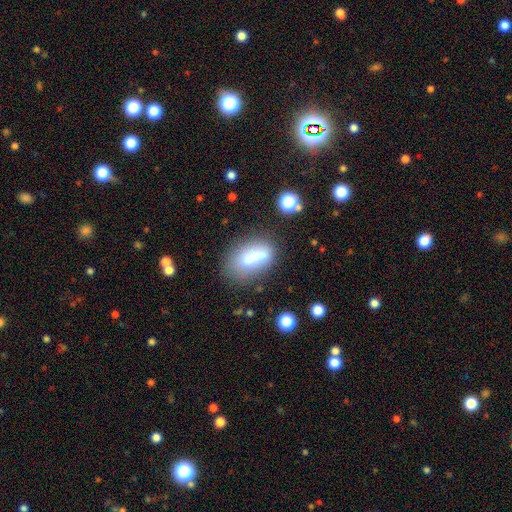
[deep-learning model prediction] This is likely a smooth galaxy (66%). How rounded: likely in between (79%). Merging: possibly none (56%).